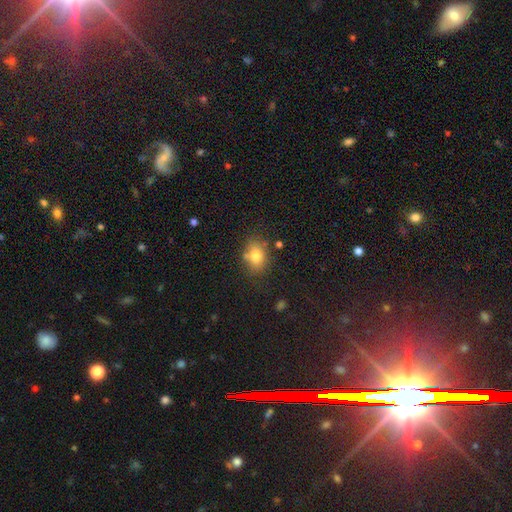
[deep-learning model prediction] smooth-or-featured: smooth: 77% | featured or disk: 12% | star or artifact: 11%
  how-rounded: in between: 61% | round: 38% | cigar-shaped: 1%
  merging: none: 72% | minor disturbance: 16% | merger: 8% | major disturbance: 4%